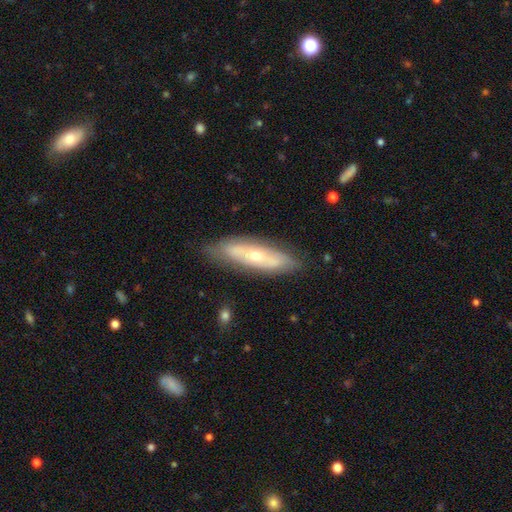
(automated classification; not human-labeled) Smooth or featured? featured or disk (58%)
Edge-on disk? no (63%)
Merging? none (79%)